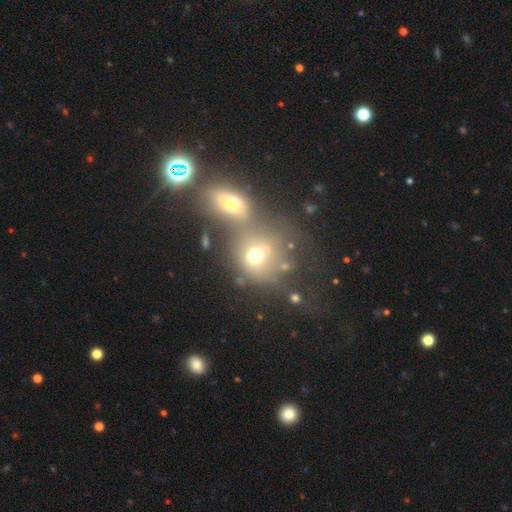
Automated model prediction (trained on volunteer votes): Smooth or featured?
  - smooth: 65% *
  - featured or disk: 19%
  - star or artifact: 16%
How rounded?
  - round: 71% *
  - in between: 27%
  - cigar-shaped: 1%
Merging?
  - merger: 50% *
  - none: 32%
  - minor disturbance: 10%
  - major disturbance: 8%